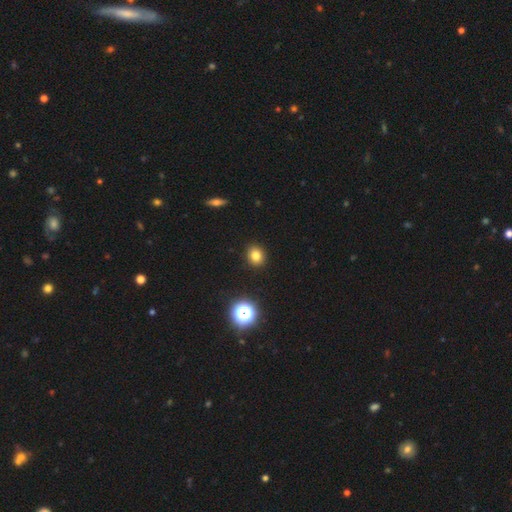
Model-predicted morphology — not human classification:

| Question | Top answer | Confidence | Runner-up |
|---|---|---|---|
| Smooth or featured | smooth | 79% | star or artifact (14%) |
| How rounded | round | 69% | in between (30%) |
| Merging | none | 91% | minor disturbance (6%) |